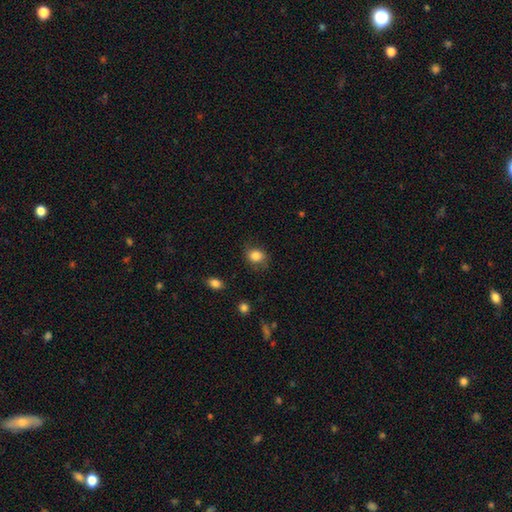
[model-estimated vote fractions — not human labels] Smooth or featured: smooth — 84% (star or artifact — 9%)
How rounded: round — 55% (in between — 44%)
Merging: none — 71% (minor disturbance — 21%)